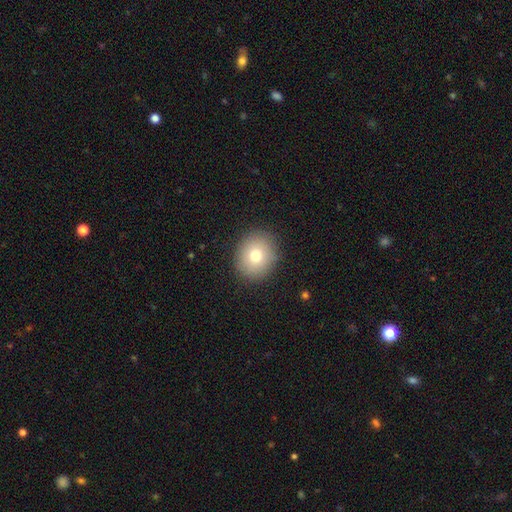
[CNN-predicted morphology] smooth-or-featured: smooth: 77% | featured or disk: 12% | star or artifact: 11%
  how-rounded: round: 68% | in between: 31% | cigar-shaped: 1%
  merging: none: 88% | minor disturbance: 8% | major disturbance: 3% | merger: 1%